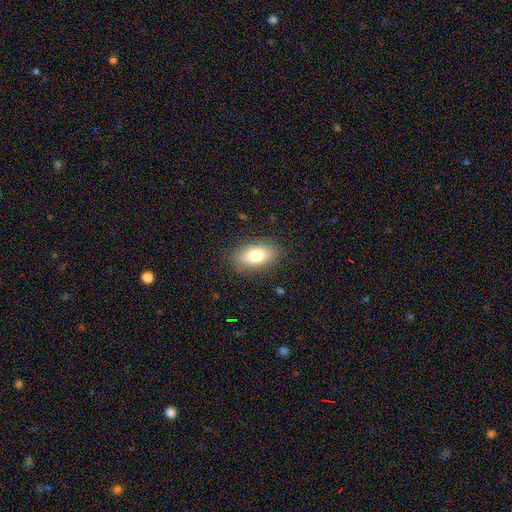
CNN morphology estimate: A smooth galaxy with no disk features (78%) that is in between round and cigar-shaped (92%).

Vote fractions:
- Smooth or featured? smooth: 78% / featured or disk: 14% / star or artifact: 8%
- How rounded? in between: 92% / round: 6% / cigar-shaped: 3%
- Merging? none: 84% / minor disturbance: 11% / major disturbance: 4% / merger: 1%